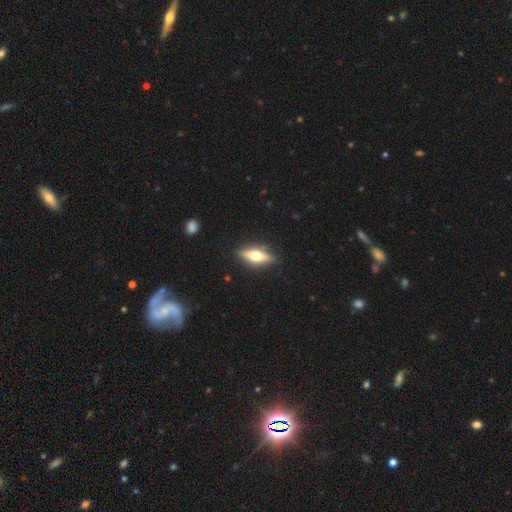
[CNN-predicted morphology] Q: Smooth or featured?
A: featured or disk (51%); runner-up: smooth (42%)
Q: Edge-on disk?
A: yes (90%); runner-up: no (10%)
Q: Merging?
A: none (86%); runner-up: minor disturbance (10%)